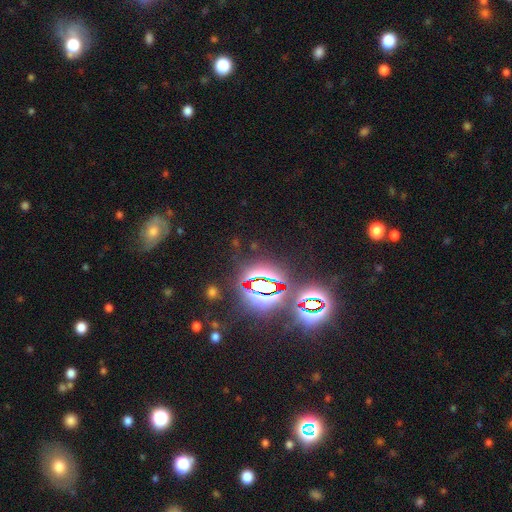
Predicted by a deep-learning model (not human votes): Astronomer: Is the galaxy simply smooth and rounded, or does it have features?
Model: star or artifact — 81%.